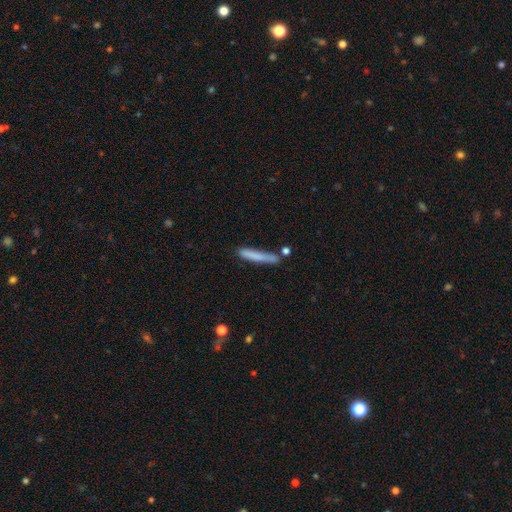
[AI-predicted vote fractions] Smooth or featured? smooth (74%)
How rounded? cigar-shaped (94%)
Merging? none (72%)